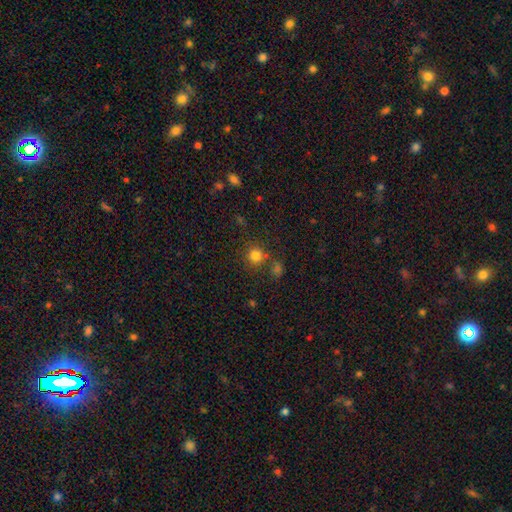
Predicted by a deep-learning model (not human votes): Smooth or featured?
  - smooth: 80% *
  - star or artifact: 14%
  - featured or disk: 6%
How rounded?
  - round: 90% *
  - in between: 9%
  - cigar-shaped: 1%
Merging?
  - none: 71% *
  - merger: 14%
  - minor disturbance: 10%
  - major disturbance: 5%